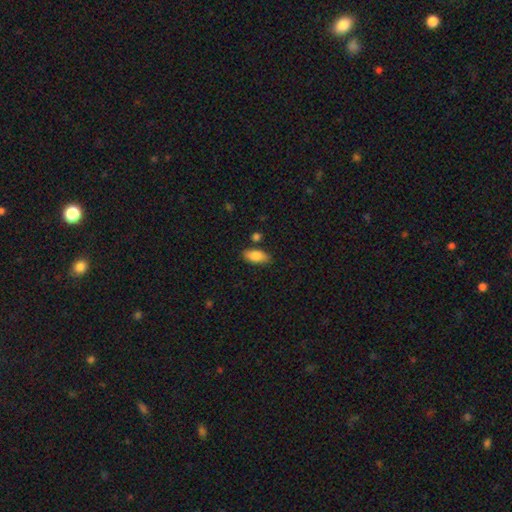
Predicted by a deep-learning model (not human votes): This appears to be a smooth galaxy with no disk features (83%) that is in between round and cigar-shaped (87%). Merging: none (77%).